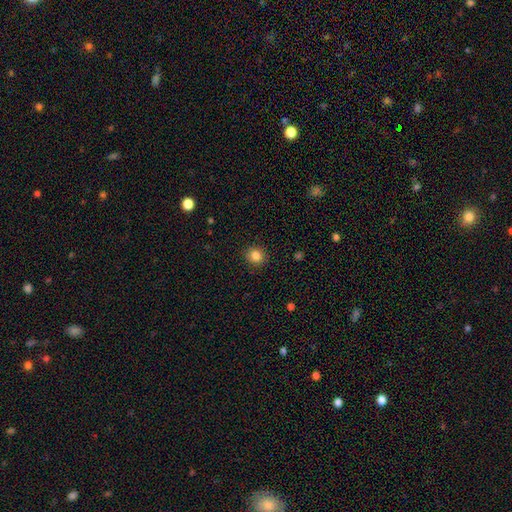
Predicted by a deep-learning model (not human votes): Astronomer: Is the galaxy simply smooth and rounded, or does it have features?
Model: smooth — 85%.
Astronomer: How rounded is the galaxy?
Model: round — 84%.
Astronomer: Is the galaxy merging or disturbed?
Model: none — 91%.